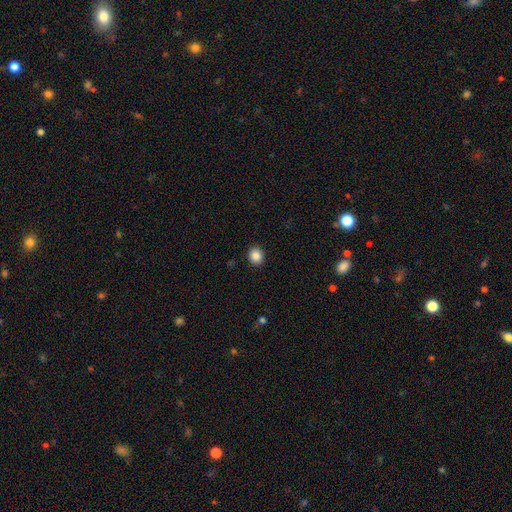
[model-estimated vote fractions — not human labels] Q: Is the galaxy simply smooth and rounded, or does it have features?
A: smooth — 86%.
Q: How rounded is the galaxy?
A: round — 78%.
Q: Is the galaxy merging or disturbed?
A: none — 92%.